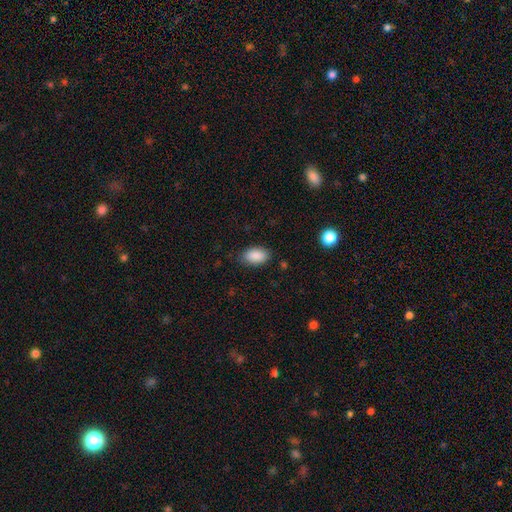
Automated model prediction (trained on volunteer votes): This is clearly a smooth galaxy (89%). How rounded: clearly in between (93%). Merging: clearly none (83%).